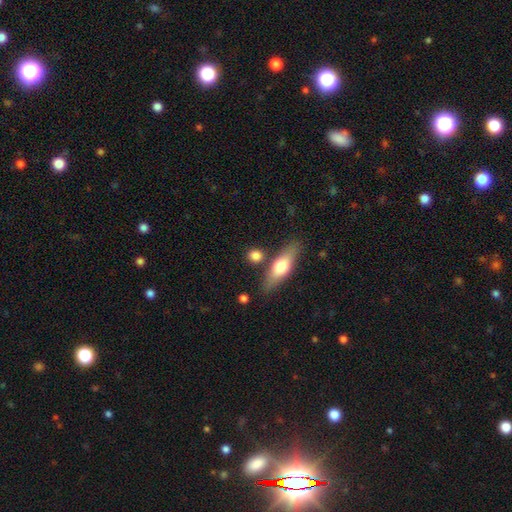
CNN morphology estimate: Smooth or featured? Predicted: smooth (p=0.78). How rounded? Predicted: round (p=0.60). Merging? Predicted: none (p=0.74).